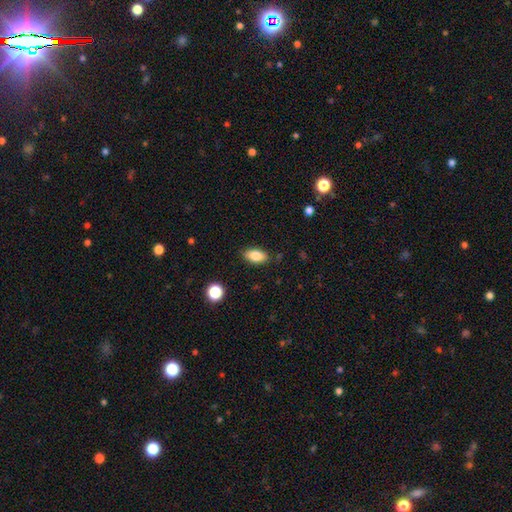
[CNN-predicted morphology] Smooth or featured?
  - smooth: 83% *
  - featured or disk: 9%
  - star or artifact: 8%
How rounded?
  - in between: 90% *
  - cigar-shaped: 5%
  - round: 5%
Merging?
  - none: 86% *
  - minor disturbance: 10%
  - major disturbance: 2%
  - merger: 1%